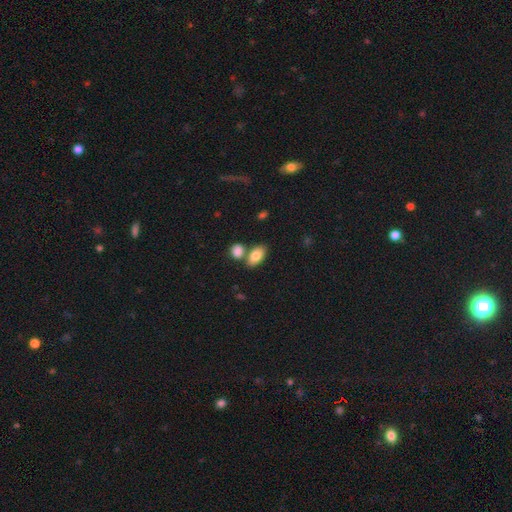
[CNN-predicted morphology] Smooth or featured? Predicted: smooth (p=0.81). How rounded? Predicted: in between (p=0.90). Merging? Predicted: none (p=0.60).